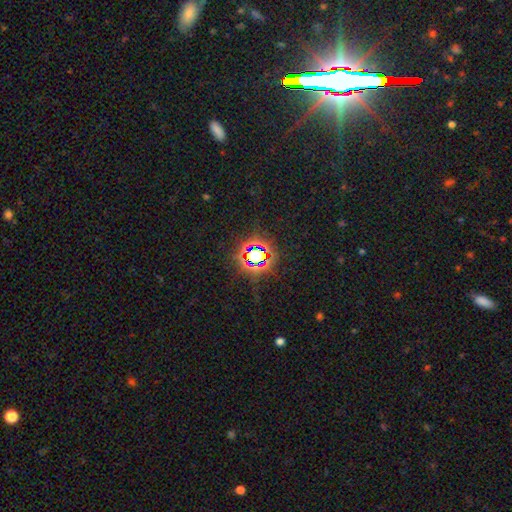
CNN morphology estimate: smooth-or-featured: star or artifact: 75% | smooth: 15% | featured or disk: 10%